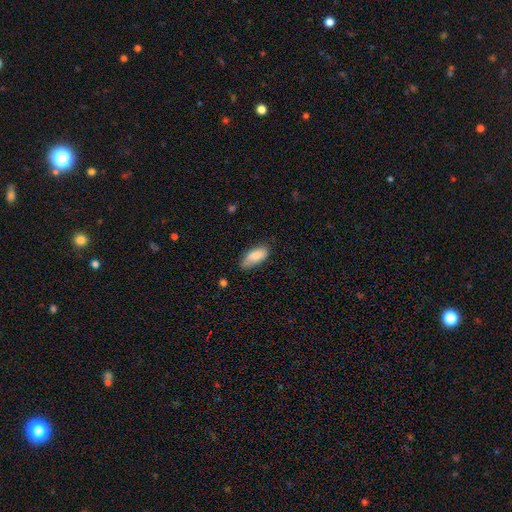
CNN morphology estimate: Q: Smooth or featured?
A: smooth (84%); runner-up: featured or disk (10%)
Q: How rounded?
A: in between (88%); runner-up: cigar-shaped (10%)
Q: Merging?
A: none (64%); runner-up: minor disturbance (29%)